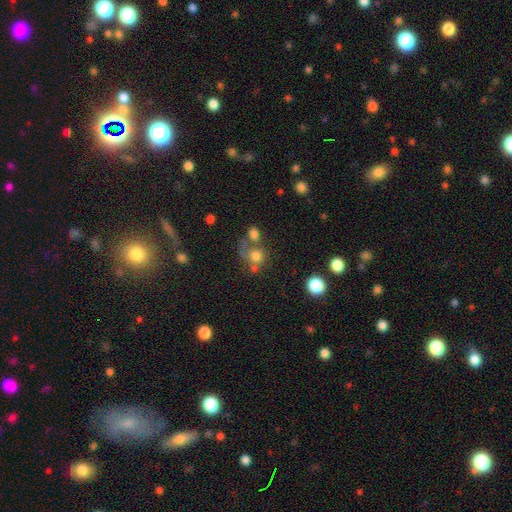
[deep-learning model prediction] Smooth or featured?
  - smooth: 73% *
  - star or artifact: 15%
  - featured or disk: 12%
How rounded?
  - round: 84% *
  - in between: 15%
  - cigar-shaped: 1%
Merging?
  - none: 47% *
  - merger: 32%
  - minor disturbance: 12%
  - major disturbance: 9%